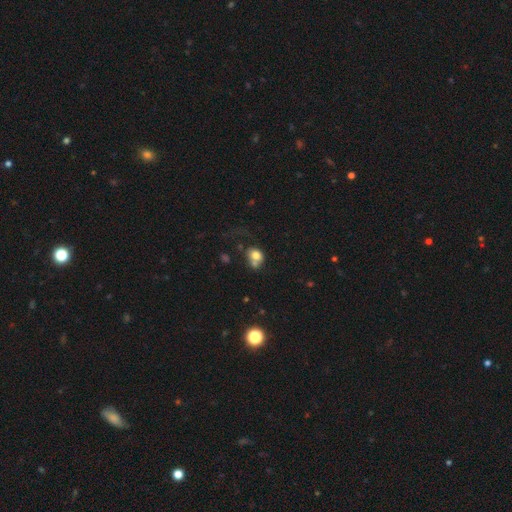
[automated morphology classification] This is likely a smooth galaxy (73%). How rounded: possibly round (58%). Merging: marginally merger (38%).